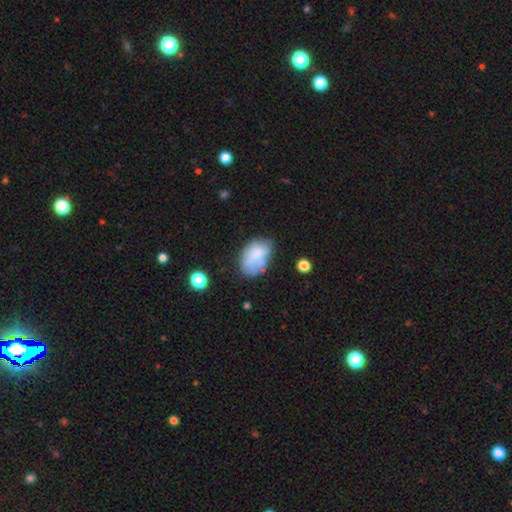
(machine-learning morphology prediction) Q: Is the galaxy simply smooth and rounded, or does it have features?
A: smooth — 73%.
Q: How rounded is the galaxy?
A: in between — 88%.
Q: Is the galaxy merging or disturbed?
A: none — 48%.